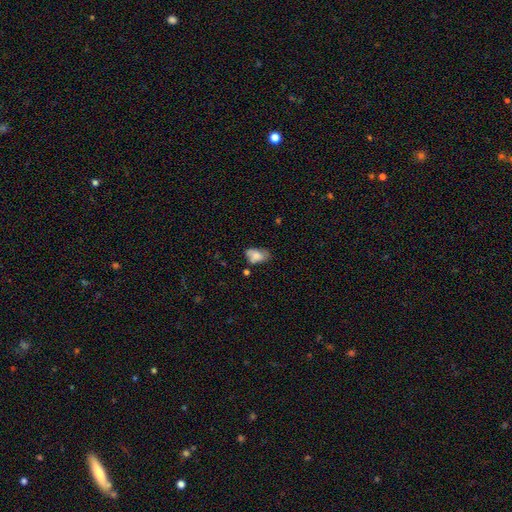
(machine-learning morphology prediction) Smooth or featured: smooth — 74% (featured or disk — 18%)
How rounded: in between — 89% (round — 10%)
Merging: none — 44% (minor disturbance — 36%)